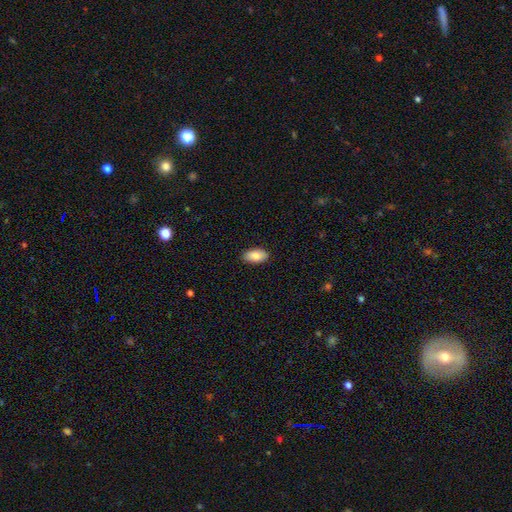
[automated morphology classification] A smooth galaxy with no disk features (87%) that is in between round and cigar-shaped (94%). Merging: none (89%).